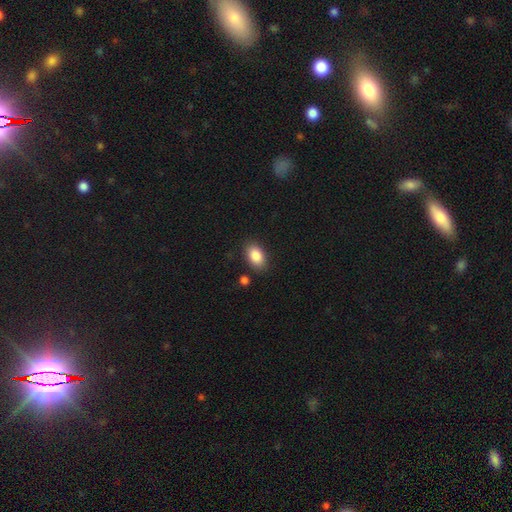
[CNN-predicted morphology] Smooth or featured: smooth — 87% (star or artifact — 7%)
How rounded: in between — 90% (round — 8%)
Merging: none — 84% (minor disturbance — 10%)